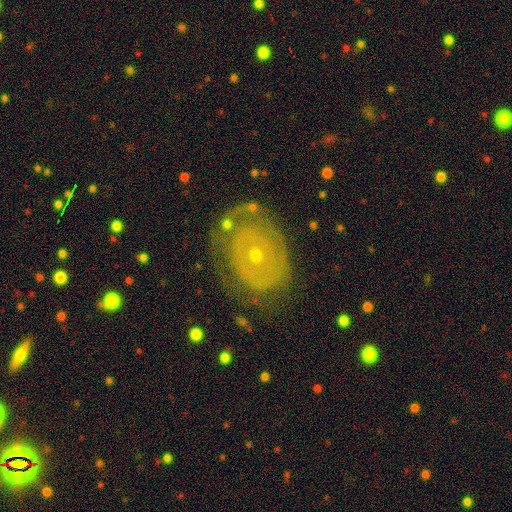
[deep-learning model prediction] This appears to be a featured or disk galaxy (69%) with no bar (87%), spiral arms (57%) and a small central bulge (69%). Merging: none (67%).